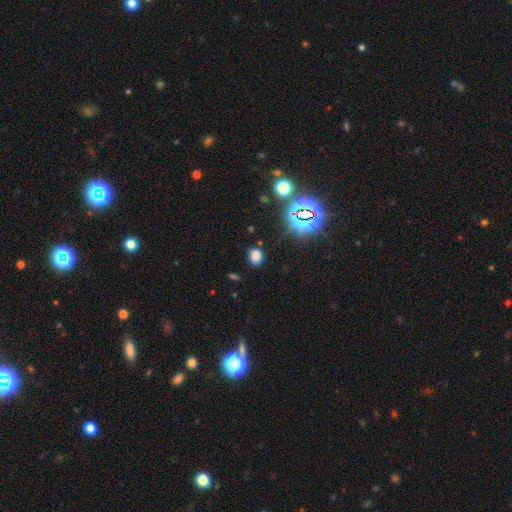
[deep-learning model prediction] This is likely a smooth galaxy (69%). How rounded: likely in between (64%). Merging: clearly none (81%).